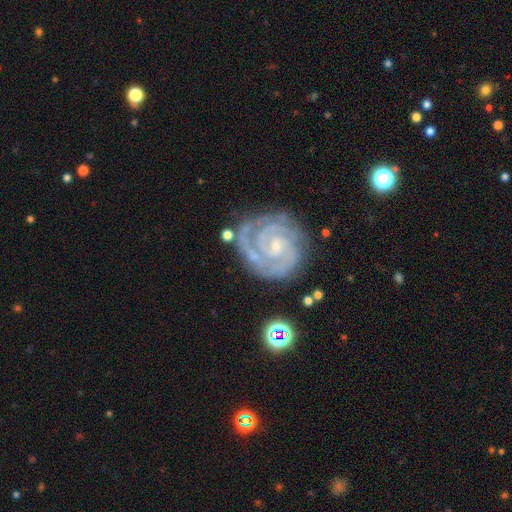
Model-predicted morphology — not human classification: Smooth or featured? featured or disk (87%)
Edge-on disk? no (98%)
Bar? no (59%)
Spiral arms? yes (98%)
Spiral winding? tight (79%)
Spiral arm count? 2 (42%)
Bulge size? small (72%)
Merging? none (74%)